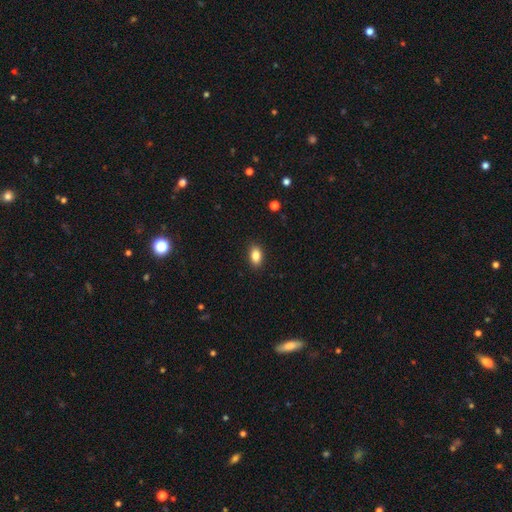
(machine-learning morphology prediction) type=smooth (86%); roundness=in between (88%); merging=none (89%).